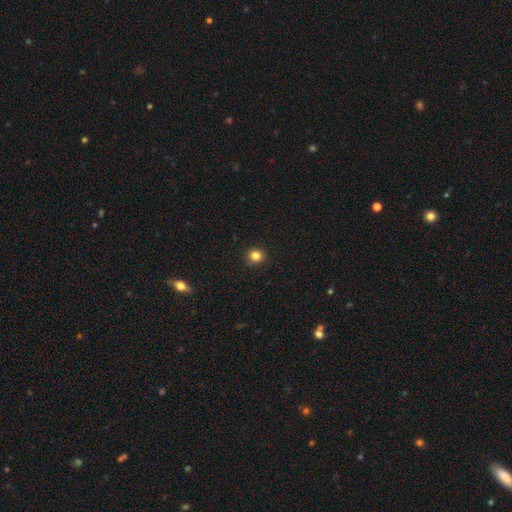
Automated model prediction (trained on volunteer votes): This is clearly a smooth galaxy (83%). How rounded: clearly round (85%). Merging: clearly none (91%).